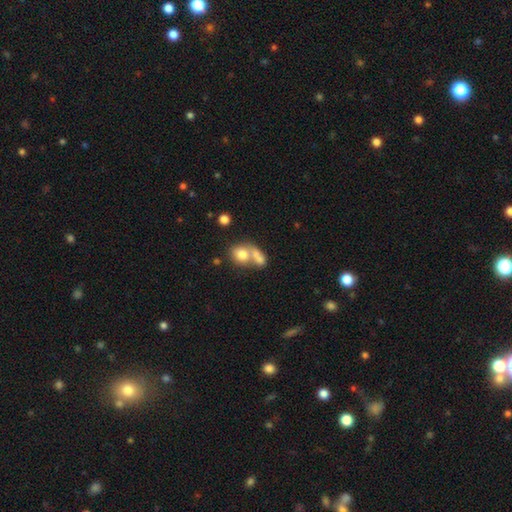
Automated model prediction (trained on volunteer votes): Smooth or featured? smooth (71%)
How rounded? round (53%)
Merging? merger (58%)